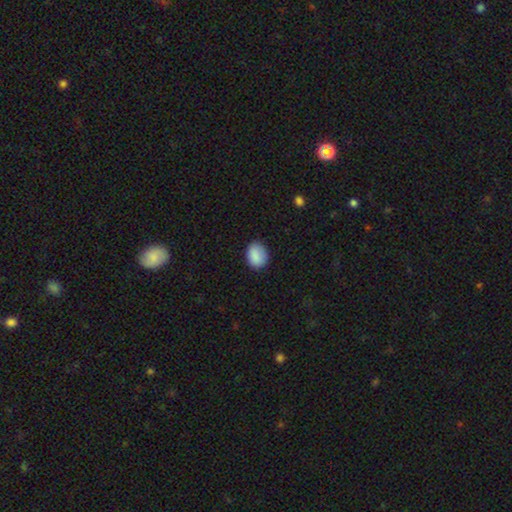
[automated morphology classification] smooth_or_featured: smooth (p=0.89) [alt: star or artifact p=0.08]
how_rounded: in between (p=0.60) [alt: round p=0.39]
merging: none (p=0.82) [alt: minor disturbance p=0.14]